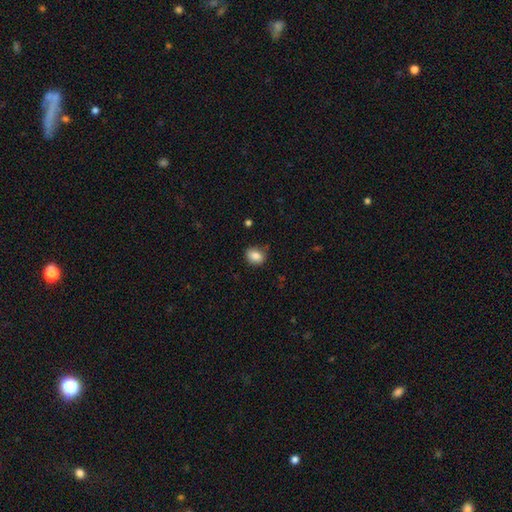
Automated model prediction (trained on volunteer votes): Morphology: type=smooth (84%); roundness=in between (54%); merging=none (81%).